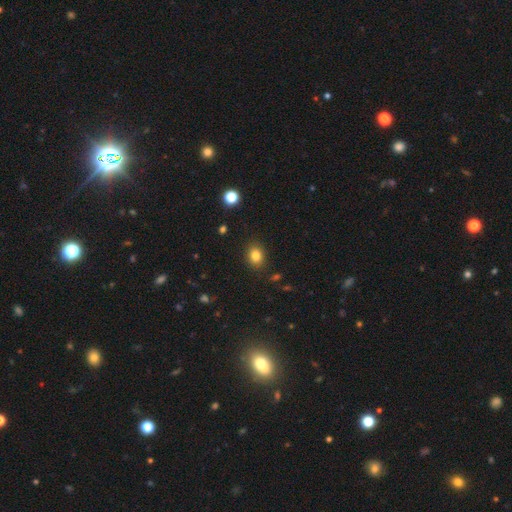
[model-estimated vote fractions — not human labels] smooth-or-featured: smooth: 82% | star or artifact: 11% | featured or disk: 6%
  how-rounded: round: 53% | in between: 46% | cigar-shaped: 1%
  merging: none: 88% | minor disturbance: 9% | major disturbance: 2% | merger: 1%